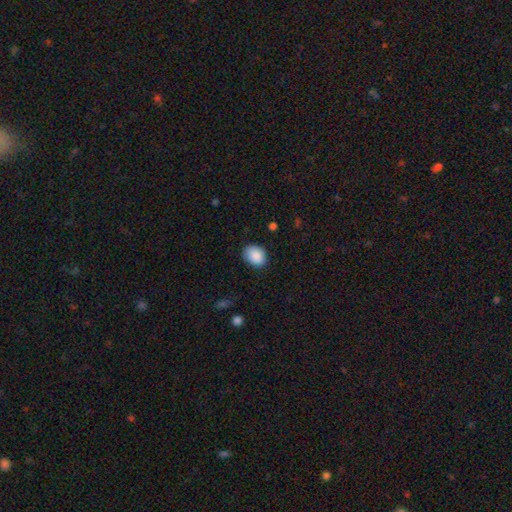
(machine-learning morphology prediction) A smooth galaxy with no disk features (89%) that is in between round and cigar-shaped (57%). Merging: none (79%).